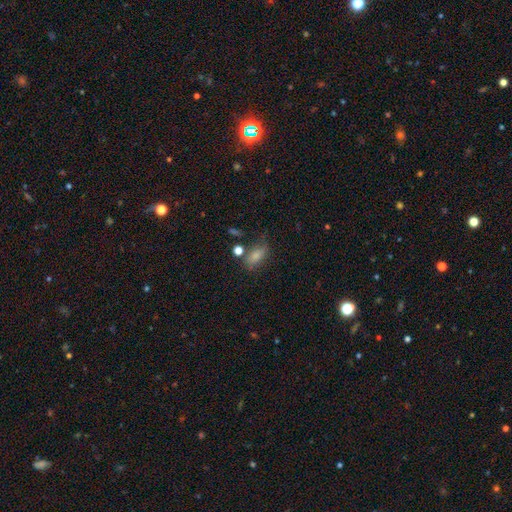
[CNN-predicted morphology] Smooth or featured? smooth (76%)
How rounded? in between (83%)
Merging? none (54%)